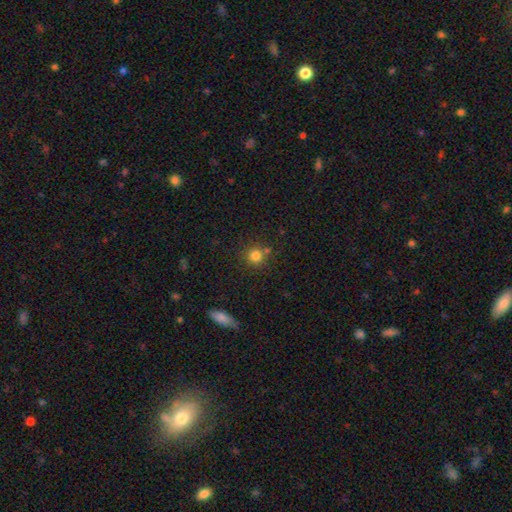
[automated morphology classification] A smooth galaxy with no disk features (81%) that is round (92%).

Vote fractions:
- Smooth or featured? smooth: 81% / star or artifact: 13% / featured or disk: 7%
- How rounded? round: 92% / in between: 7% / cigar-shaped: 1%
- Merging? none: 73% / merger: 13% / minor disturbance: 10% / major disturbance: 3%